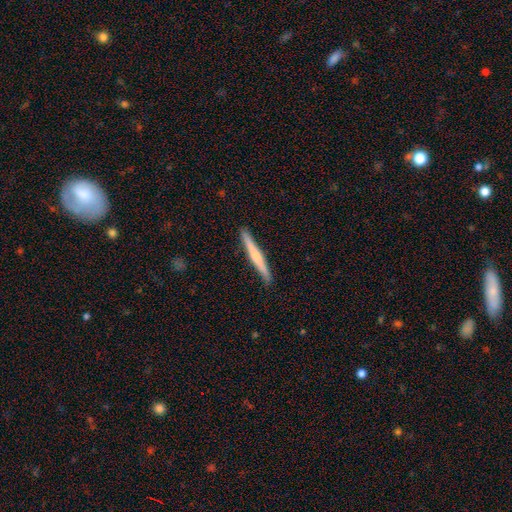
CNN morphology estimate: Overall: featured or disk (50%; smooth 45%). Merging: none (91%).